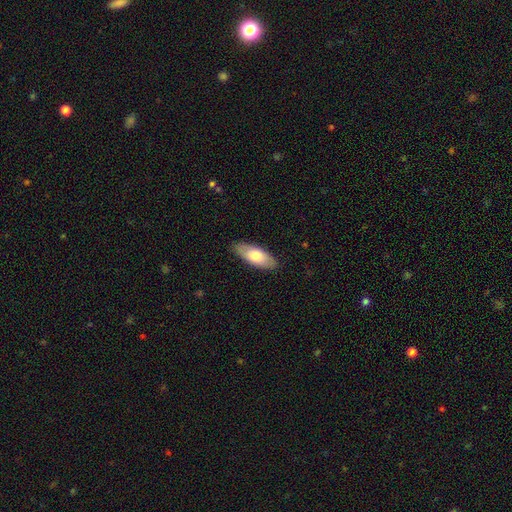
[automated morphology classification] A smooth galaxy with no disk features (73%) that is in between round and cigar-shaped (79%). Merging: none (87%).